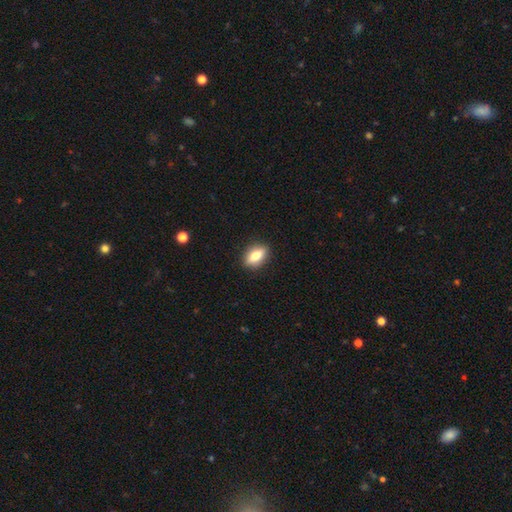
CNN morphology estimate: Q: Smooth or featured?
A: smooth (71%); runner-up: featured or disk (22%)
Q: How rounded?
A: in between (78%); runner-up: round (11%)
Q: Merging?
A: none (88%); runner-up: minor disturbance (9%)